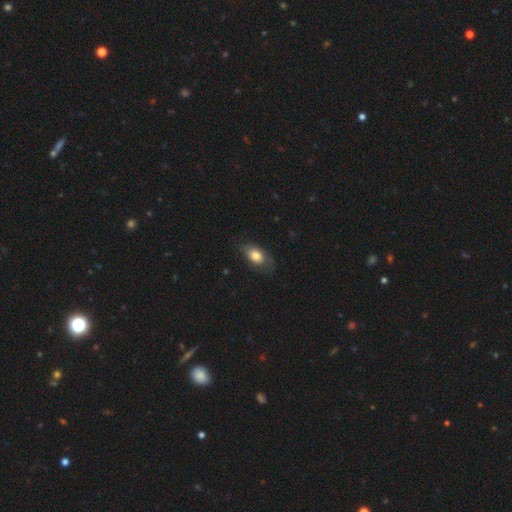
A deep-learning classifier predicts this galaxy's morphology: A smooth galaxy with no disk features (71%) that is in between round and cigar-shaped (86%). Merging: none (62%).